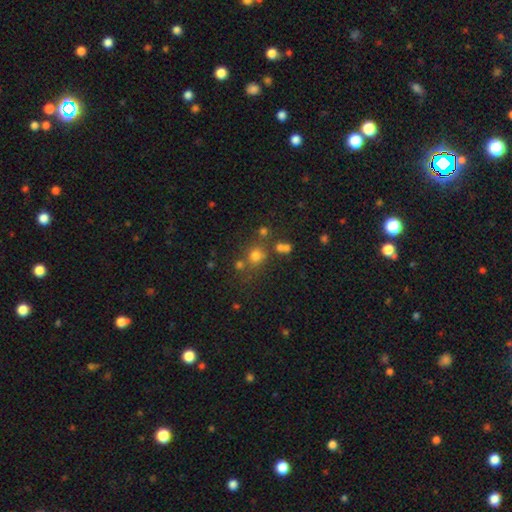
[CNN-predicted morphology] smooth 68%, star or artifact 21%, featured or disk 11%. Down the decision tree: how rounded — round (80%); merging — none (64%).